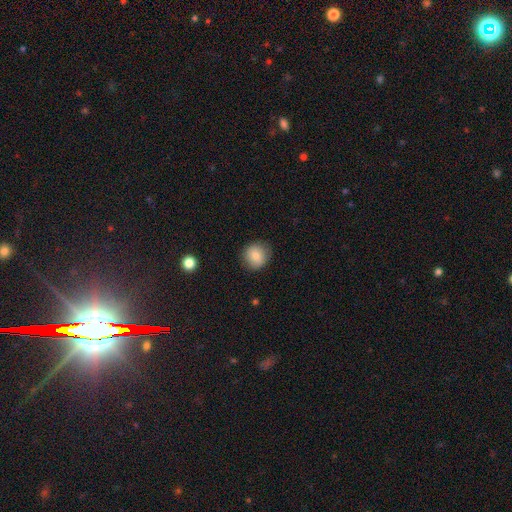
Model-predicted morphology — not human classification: Q: Smooth or featured?
A: smooth (82%); runner-up: star or artifact (9%)
Q: How rounded?
A: round (88%); runner-up: in between (11%)
Q: Merging?
A: none (86%); runner-up: minor disturbance (10%)